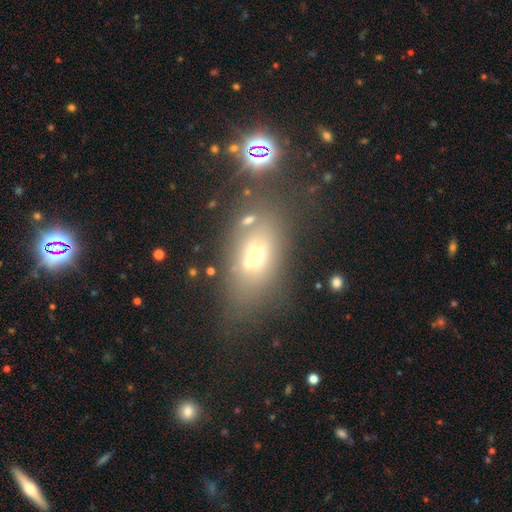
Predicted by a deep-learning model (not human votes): smooth-or-featured: smooth: 53% | featured or disk: 25% | star or artifact: 22%
  how-rounded: in between: 75% | round: 17% | cigar-shaped: 9%
  merging: none: 61% | minor disturbance: 16% | merger: 14% | major disturbance: 10%